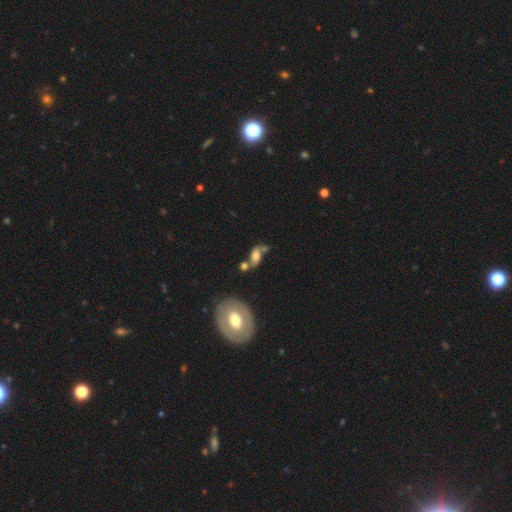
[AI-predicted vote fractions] Smooth or featured? smooth (54%)
How rounded? in between (78%)
Merging? none (41%)